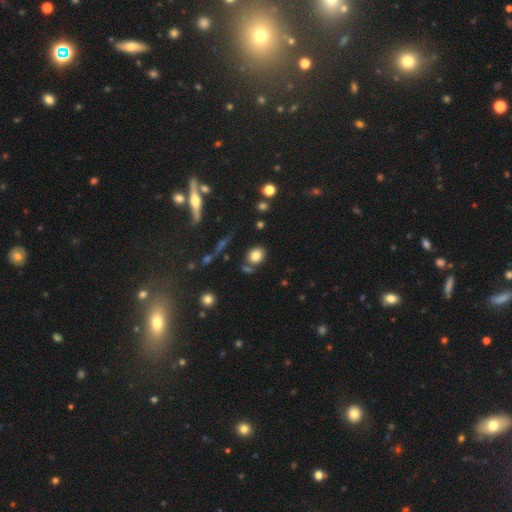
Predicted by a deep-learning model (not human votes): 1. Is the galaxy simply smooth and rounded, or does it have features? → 81% smooth, 11% star or artifact, 9% featured or disk.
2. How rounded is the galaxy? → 62% round, 37% in between, 1% cigar-shaped.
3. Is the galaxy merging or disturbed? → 77% none, 11% minor disturbance, 9% merger, 3% major disturbance.